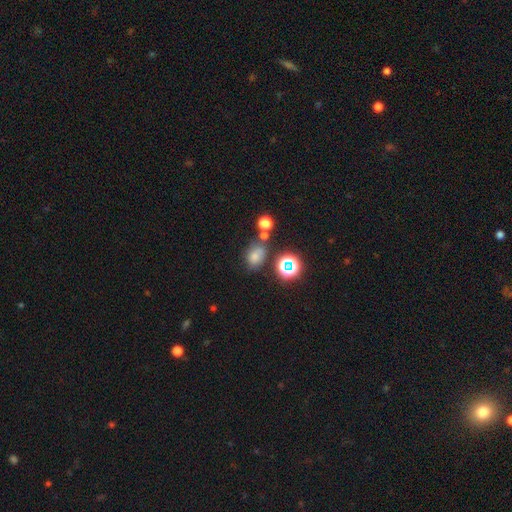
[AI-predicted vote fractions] This appears to be a smooth galaxy with no disk features (66%) that is in between round and cigar-shaped (65%). Merging: none (58%).